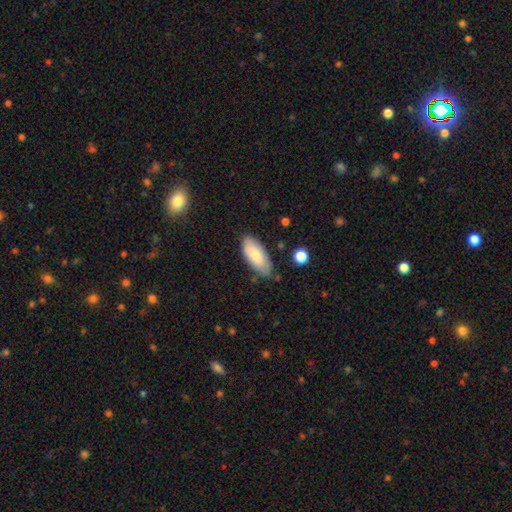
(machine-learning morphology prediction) smooth 76%, featured or disk 18%, star or artifact 6%. Down the decision tree: how rounded — in between (87%); merging — none (74%).